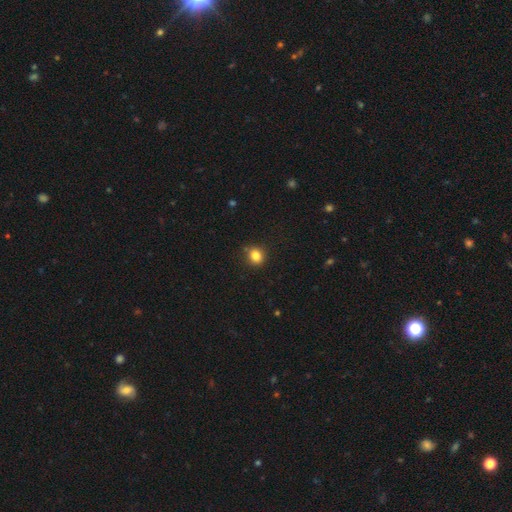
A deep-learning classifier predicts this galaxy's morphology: This is clearly a smooth galaxy (83%). How rounded: likely round (74%). Merging: clearly none (86%).